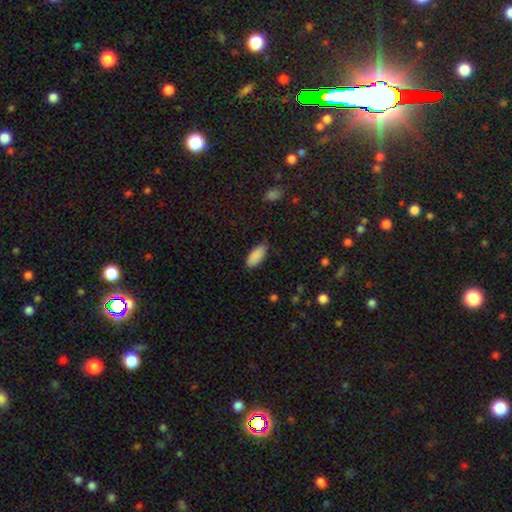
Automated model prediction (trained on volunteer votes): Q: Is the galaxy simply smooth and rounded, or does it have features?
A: smooth — 90%.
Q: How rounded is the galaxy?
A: in between — 87%.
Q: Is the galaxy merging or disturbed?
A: none — 80%.